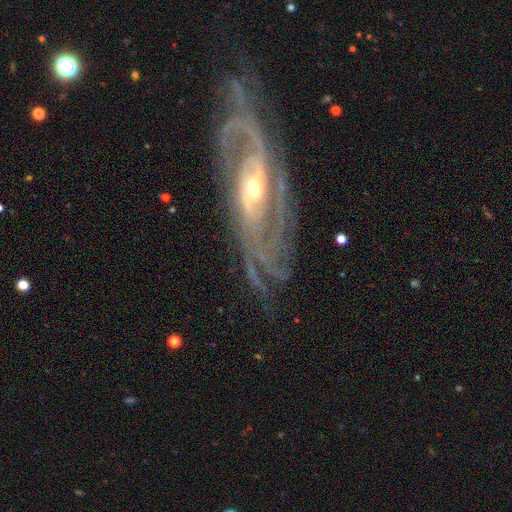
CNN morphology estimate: Q: Smooth or featured?
A: featured or disk (90%); runner-up: star or artifact (6%)
Q: Edge-on disk?
A: no (90%); runner-up: yes (10%)
Q: Bar?
A: no (37%); runner-up: weak (36%)
Q: Spiral arms?
A: yes (97%); runner-up: no (3%)
Q: Spiral winding?
A: tight (52%); runner-up: medium (38%)
Q: Spiral arm count?
A: 2 (43%); runner-up: can't tell (19%)
Q: Bulge size?
A: small (55%); runner-up: moderate (41%)
Q: Merging?
A: none (75%); runner-up: minor disturbance (16%)